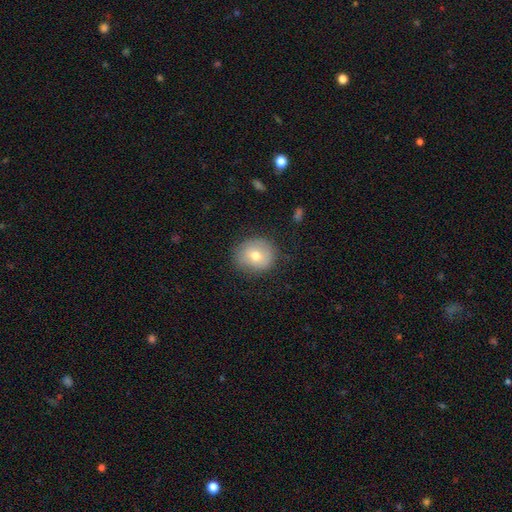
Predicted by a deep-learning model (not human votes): This is likely a smooth galaxy (71%). How rounded: likely round (74%). Merging: likely none (79%).